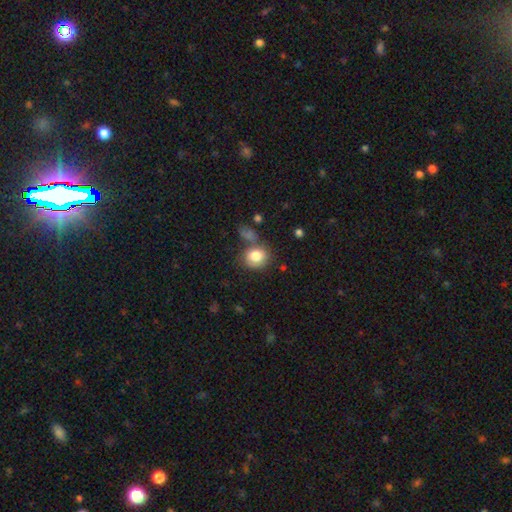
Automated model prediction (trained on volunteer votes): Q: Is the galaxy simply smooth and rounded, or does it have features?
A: smooth — 81%.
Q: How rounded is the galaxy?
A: round — 62%.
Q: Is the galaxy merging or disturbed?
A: none — 57%.